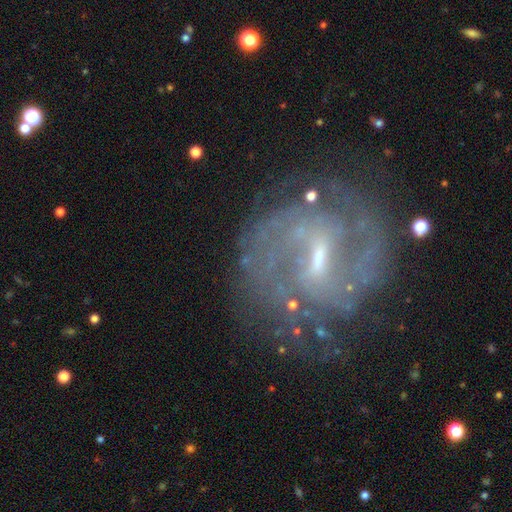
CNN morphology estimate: Smooth or featured?
  - featured or disk: 87% *
  - star or artifact: 7%
  - smooth: 6%
Edge-on disk?
  - no: 97% *
  - yes: 3%
Bar?
  - weak: 55% *
  - strong: 34%
  - no: 12%
Spiral arms?
  - yes: 95% *
  - no: 5%
Spiral winding?
  - medium: 44% *
  - tight: 42%
  - loose: 14%
Spiral arm count?
  - 2: 62% *
  - can't tell: 18%
  - 3: 8%
  - 4: 5%
  - 1: 4%
  - more than 4: 4%
Bulge size?
  - small: 66% *
  - moderate: 25%
  - none: 7%
  - large: 2%
  - dominant: 1%
Merging?
  - none: 76% *
  - minor disturbance: 15%
  - major disturbance: 7%
  - merger: 2%